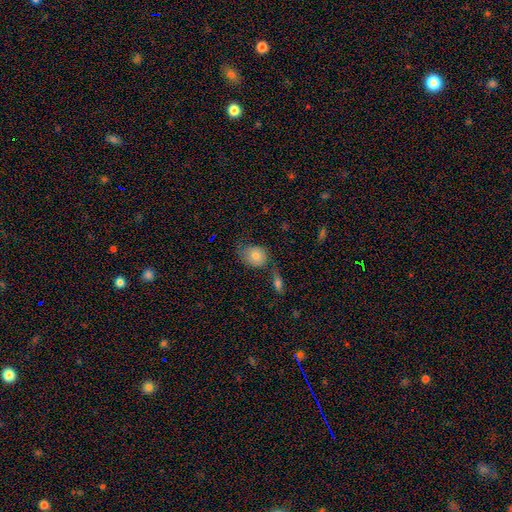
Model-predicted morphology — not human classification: smooth_or_featured: smooth (p=0.75) [alt: featured or disk p=0.16]
how_rounded: in between (p=0.50) [alt: round p=0.48]
merging: none (p=0.49) [alt: minor disturbance p=0.25]